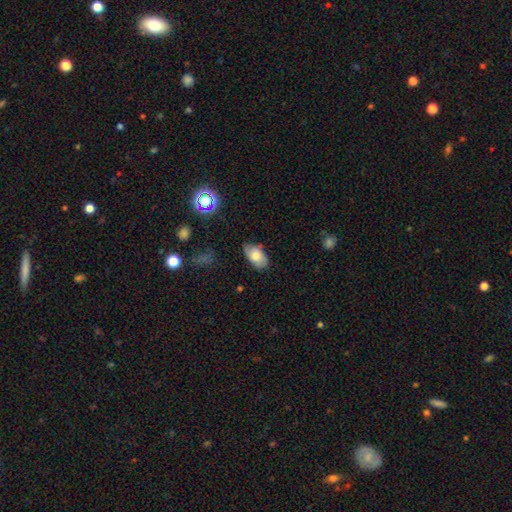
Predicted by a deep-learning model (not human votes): This appears to be a smooth galaxy with no disk features (73%) that is in between round and cigar-shaped (94%). Merging: none (73%).